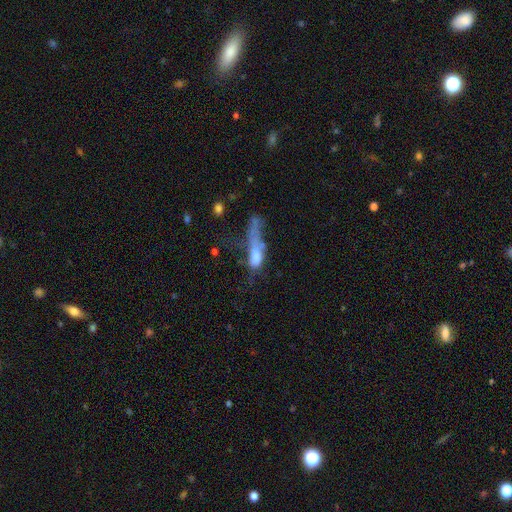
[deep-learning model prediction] smooth-or-featured: smooth: 50% | featured or disk: 36% | star or artifact: 14%
  how-rounded: cigar-shaped: 50% | in between: 45% | round: 5%
  merging: major disturbance: 54% | merger: 17% | minor disturbance: 15% | none: 14%